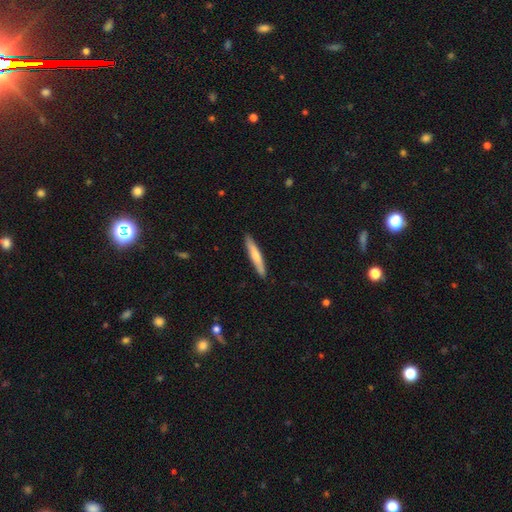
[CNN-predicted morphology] The model was most divided on "smooth or featured": smooth: 67%, featured or disk: 27%, star or artifact: 5%. More confident: how rounded — cigar-shaped (93%); merging — none (90%).